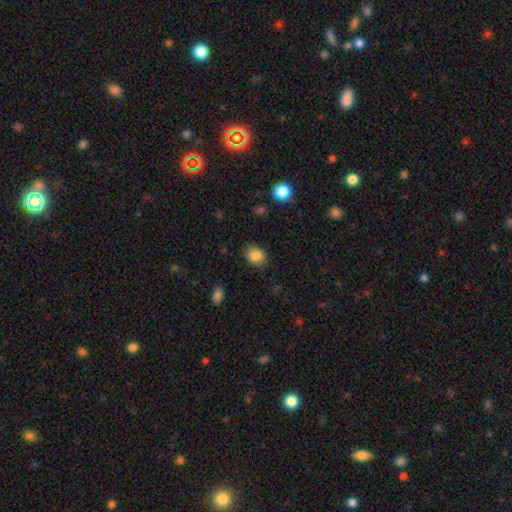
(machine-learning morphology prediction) Smooth or featured: smooth — 85% (star or artifact — 9%)
How rounded: in between — 61% (round — 38%)
Merging: none — 84% (minor disturbance — 12%)